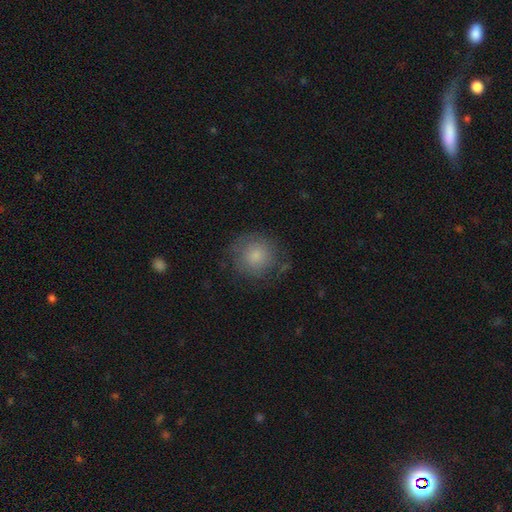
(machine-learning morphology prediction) Smooth or featured: smooth — 77% (featured or disk — 15%)
How rounded: round — 91% (in between — 8%)
Merging: none — 71% (minor disturbance — 19%)